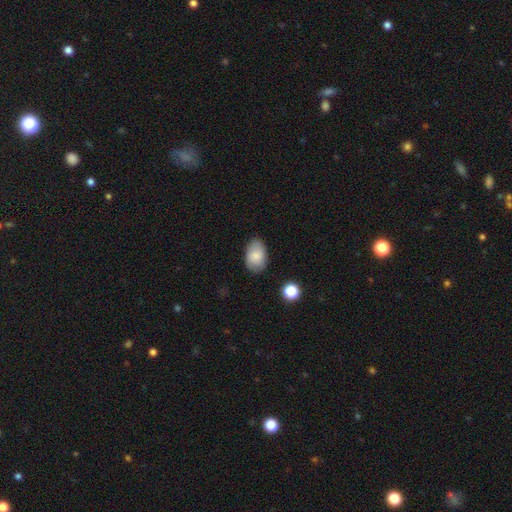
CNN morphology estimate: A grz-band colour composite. It shows a smooth galaxy with no disk features (84%) that is in between round and cigar-shaped (87%). Merging: none (81%).